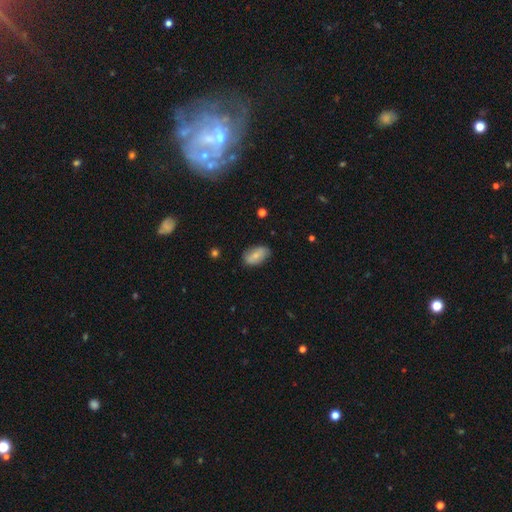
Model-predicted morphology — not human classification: This appears to be a smooth galaxy with no disk features (70%) that is in between round and cigar-shaped (92%). Merging: none (76%).